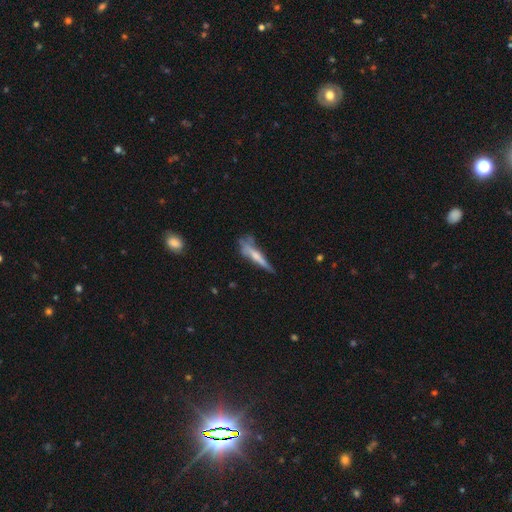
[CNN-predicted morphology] smooth_or_featured: smooth (p=0.51) [alt: featured or disk p=0.41]
how_rounded: cigar-shaped (p=0.86) [alt: in between p=0.12]
merging: none (p=0.43) [alt: minor disturbance p=0.30]